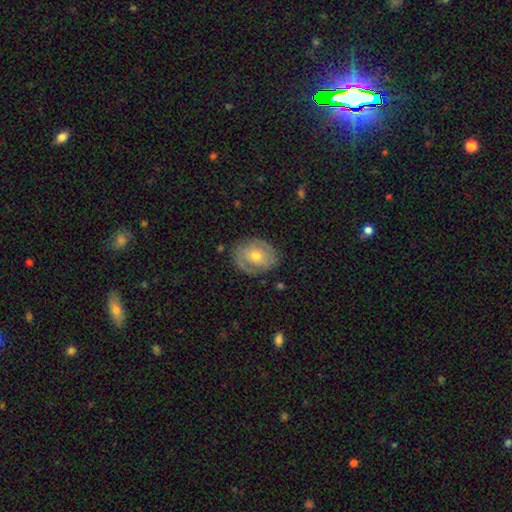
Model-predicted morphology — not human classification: Smooth or featured? Predicted: featured or disk (p=0.60). Edge-on disk? Predicted: no (p=0.95). Bar? Predicted: no (p=0.65). Spiral arms? Predicted: yes (p=0.66). Bulge size? Predicted: moderate (p=0.68). Merging? Predicted: none (p=0.78).